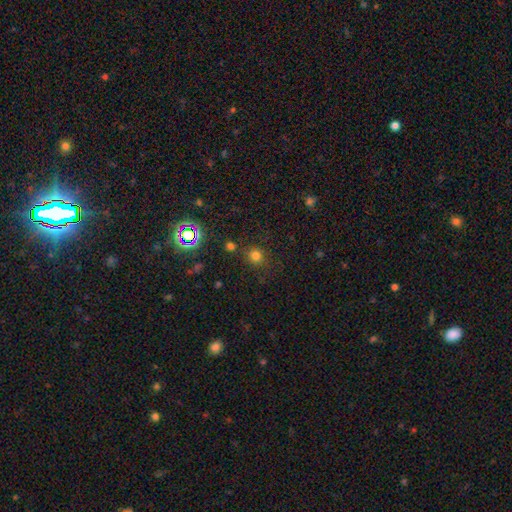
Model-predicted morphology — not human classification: Smooth or featured? Predicted: smooth (p=0.72). How rounded? Predicted: round (p=0.88). Merging? Predicted: none (p=0.81).